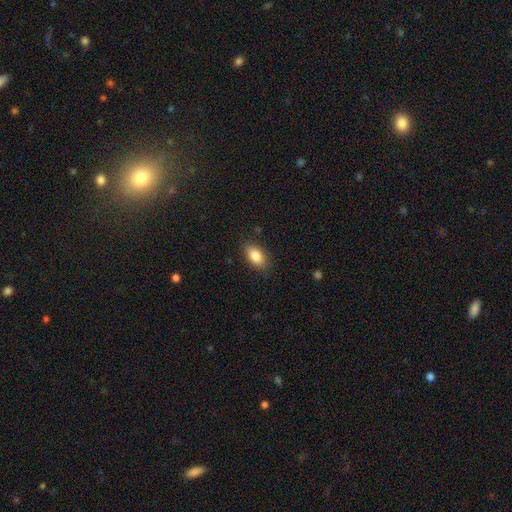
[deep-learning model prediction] Overall: smooth (86%). How rounded: in between (91%). Merging: none (85%).